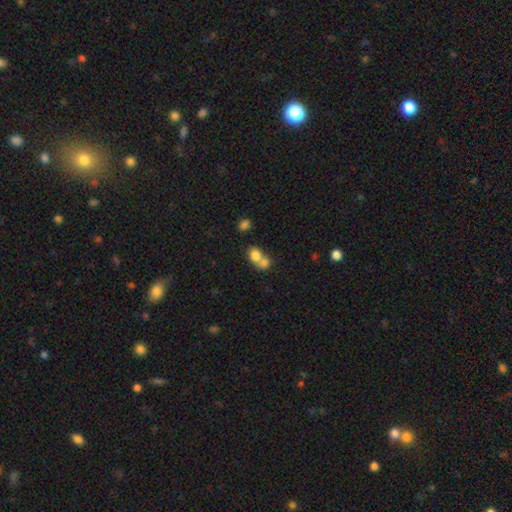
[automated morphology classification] smooth-or-featured: smooth: 78% | featured or disk: 13% | star or artifact: 9%
  how-rounded: round: 52% | in between: 47% | cigar-shaped: 1%
  merging: merger: 67% | none: 24% | minor disturbance: 6% | major disturbance: 3%